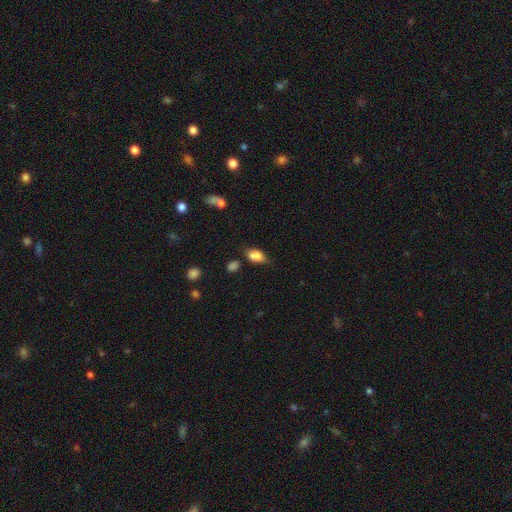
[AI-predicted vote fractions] Morphology: type=smooth (77%); roundness=in between (85%); merging=none (42%).